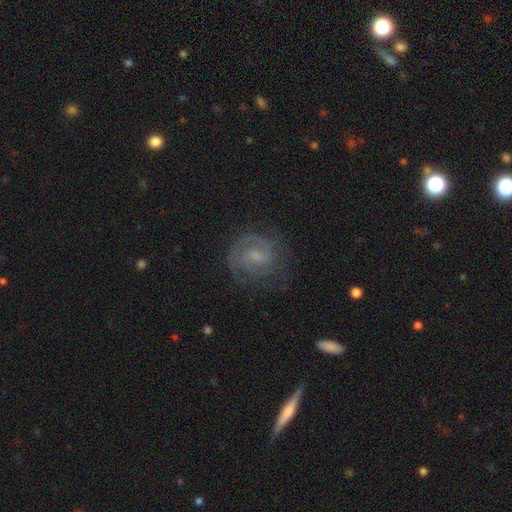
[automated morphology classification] The model was most divided on "spiral winding": tight: 51%, medium: 39%, loose: 10%. Remaining: edge-on disk — no (97%); spiral arms — yes (92%); smooth or featured — featured or disk (73%); merging — none (69%); bar — weak (56%); spiral arm count — 2 (53%); bulge size — small (45%).